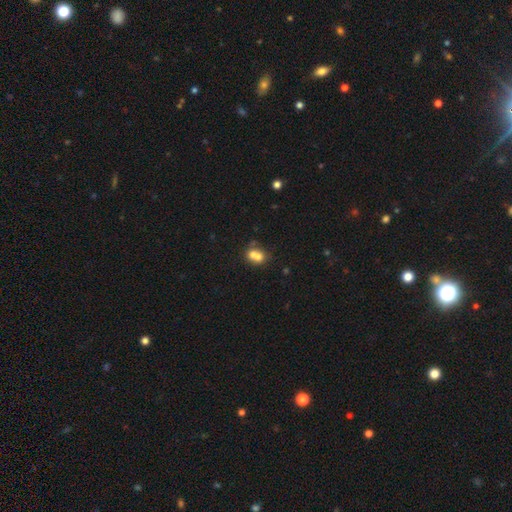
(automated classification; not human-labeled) smooth-or-featured: smooth: 68% | featured or disk: 21% | star or artifact: 11%
  how-rounded: round: 60% | in between: 39% | cigar-shaped: 1%
  merging: merger: 63% | none: 25% | minor disturbance: 8% | major disturbance: 4%